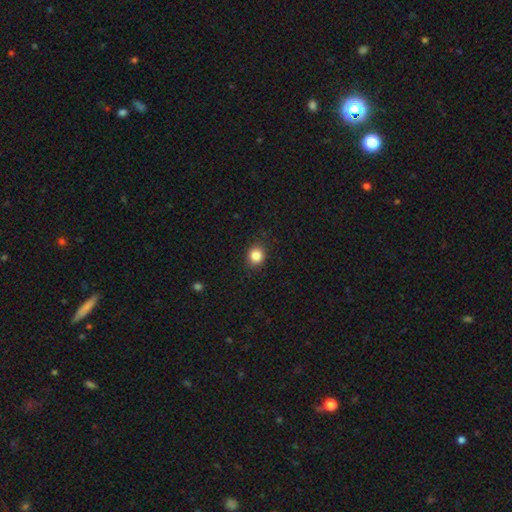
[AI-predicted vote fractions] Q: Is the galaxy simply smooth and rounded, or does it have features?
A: smooth — 85%.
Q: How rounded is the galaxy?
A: round — 80%.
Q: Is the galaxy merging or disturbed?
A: none — 89%.